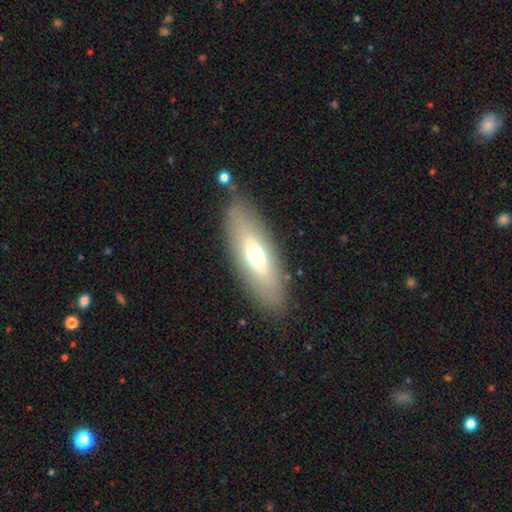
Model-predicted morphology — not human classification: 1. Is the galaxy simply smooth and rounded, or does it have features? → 58% smooth, 35% featured or disk, 7% star or artifact.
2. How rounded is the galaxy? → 63% in between, 34% cigar-shaped, 3% round.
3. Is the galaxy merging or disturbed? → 83% none, 11% minor disturbance, 4% major disturbance, 2% merger.